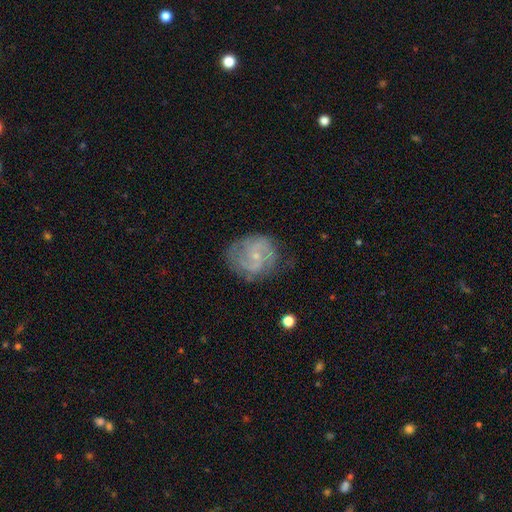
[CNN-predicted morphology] type=featured or disk (81%); edge-on=no (98%); bar=no (59%); spiral arms=yes (94%); winding=medium (46%); arm count=2 (67%); bulge=small (78%); merging=none (72%).